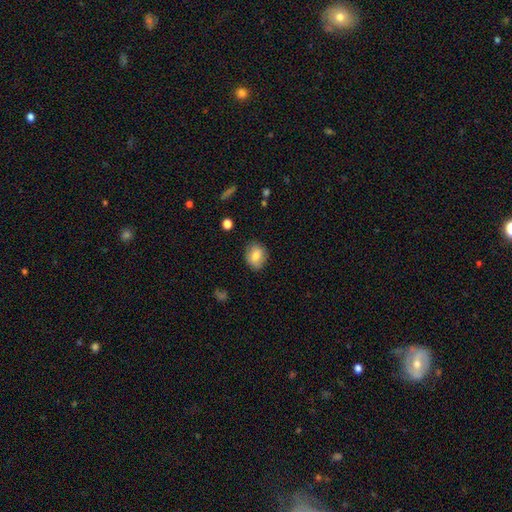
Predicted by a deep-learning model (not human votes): smooth_or_featured: smooth (p=0.80) [alt: featured or disk p=0.12]
how_rounded: in between (p=0.53) [alt: round p=0.46]
merging: none (p=0.82) [alt: minor disturbance p=0.13]